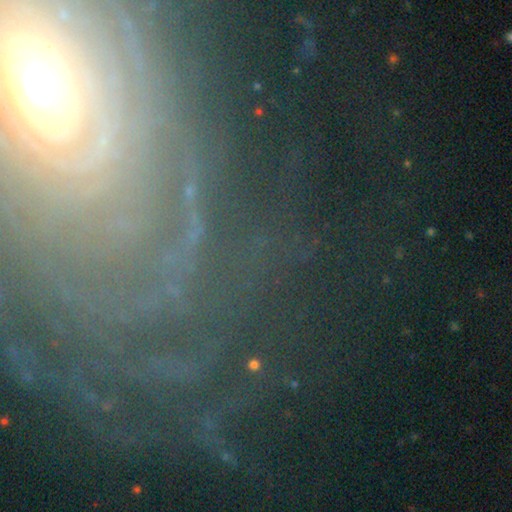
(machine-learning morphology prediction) star or artifact 47%, featured or disk 35%, smooth 18%.